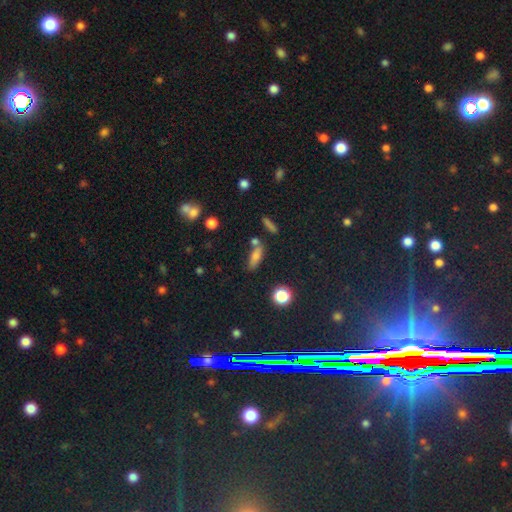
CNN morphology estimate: Smooth or featured? Predicted: smooth (p=0.67). How rounded? Predicted: in between (p=0.51). Merging? Predicted: none (p=0.61).